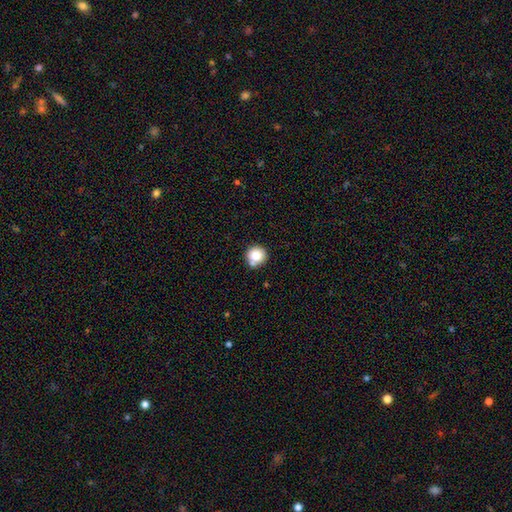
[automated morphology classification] This appears to be a smooth galaxy with no disk features (82%) that is round (93%). Merging: none (73%).